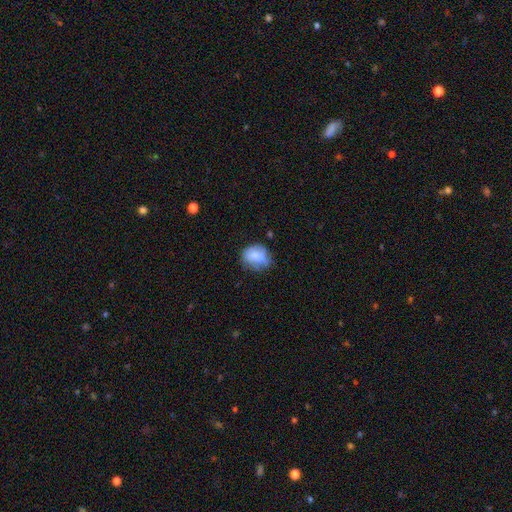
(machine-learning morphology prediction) smooth 76%, featured or disk 15%, star or artifact 8%. Down the decision tree: how rounded — in between (50%); merging — none (52%).